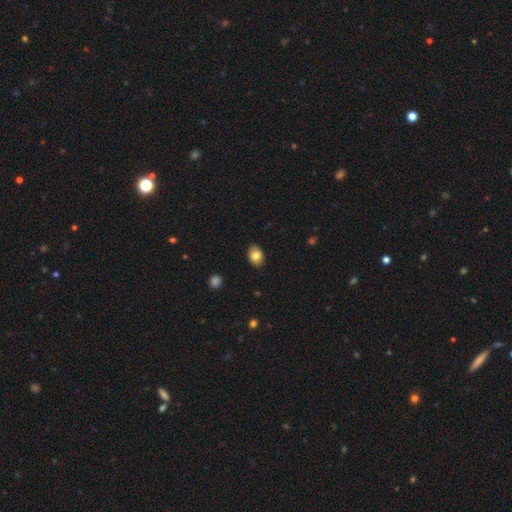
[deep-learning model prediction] Smooth or featured?
  - smooth: 80% *
  - featured or disk: 12%
  - star or artifact: 8%
How rounded?
  - in between: 78% *
  - round: 21%
  - cigar-shaped: 1%
Merging?
  - none: 88% *
  - minor disturbance: 9%
  - major disturbance: 2%
  - merger: 1%